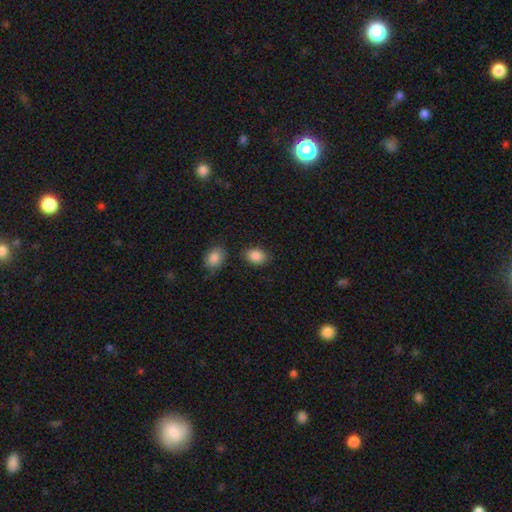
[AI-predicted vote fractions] Smooth or featured?
  - smooth: 88% *
  - star or artifact: 8%
  - featured or disk: 4%
How rounded?
  - in between: 75% *
  - round: 24%
  - cigar-shaped: 1%
Merging?
  - none: 80% *
  - minor disturbance: 12%
  - merger: 5%
  - major disturbance: 3%